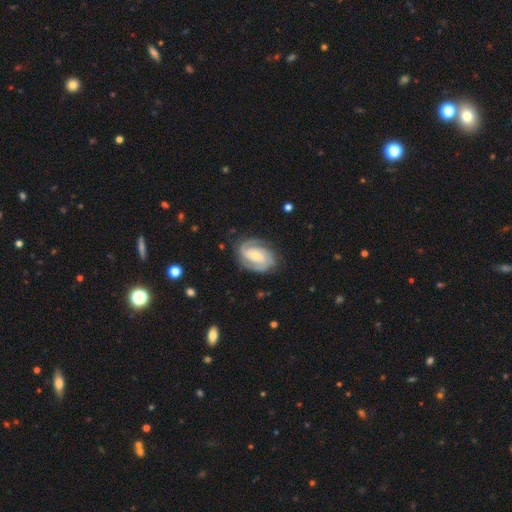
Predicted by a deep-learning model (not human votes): Morphology: type=featured or disk (89%); edge-on=no (98%); bar=no (49%); spiral arms=yes (98%); winding=tight (63%); arm count=2 (49%); bulge=small (54%); merging=none (79%).